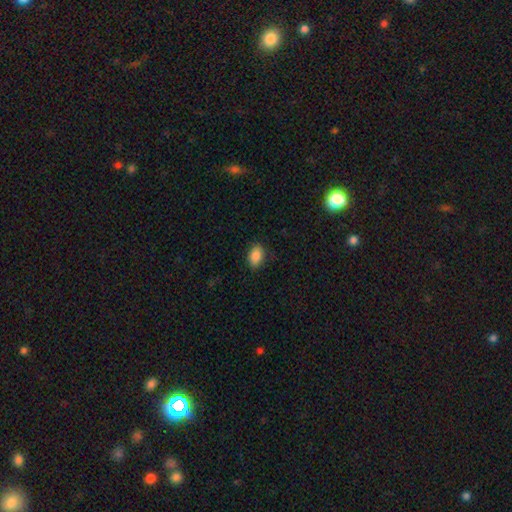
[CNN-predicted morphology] smooth 88%, star or artifact 8%, featured or disk 4%. Down the decision tree: how rounded — in between (85%); merging — none (84%).